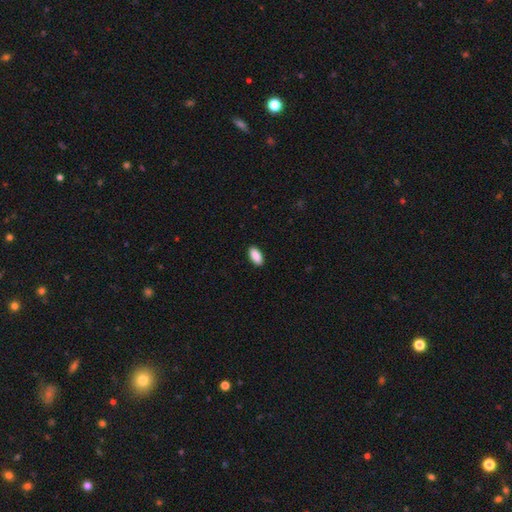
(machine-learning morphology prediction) Smooth or featured? smooth (91%)
How rounded? in between (92%)
Merging? none (90%)